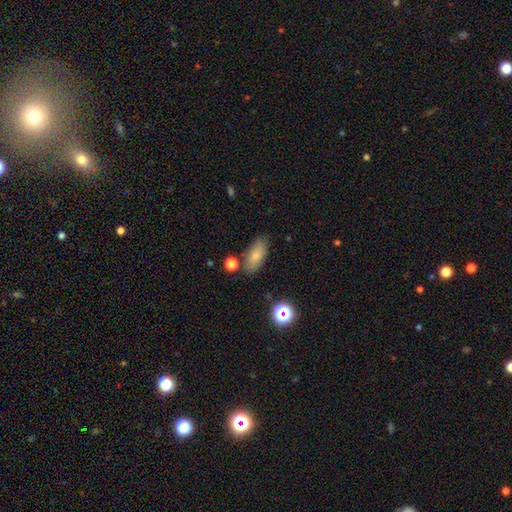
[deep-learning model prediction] Smooth or featured?
  - smooth: 80% *
  - featured or disk: 11%
  - star or artifact: 9%
How rounded?
  - in between: 85% *
  - cigar-shaped: 11%
  - round: 4%
Merging?
  - none: 76% *
  - minor disturbance: 15%
  - merger: 5%
  - major disturbance: 4%